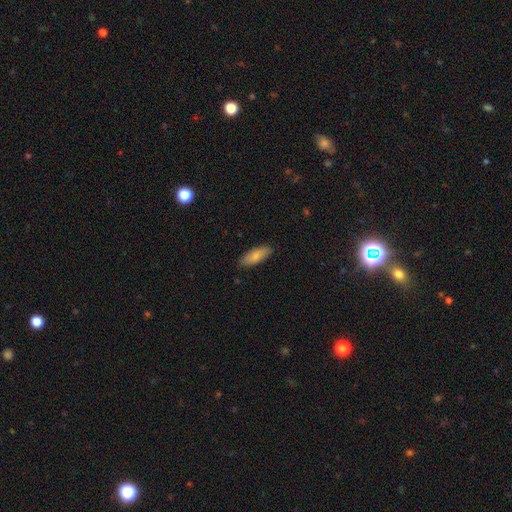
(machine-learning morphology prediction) smooth-or-featured: smooth: 83% | featured or disk: 11% | star or artifact: 6%
  how-rounded: in between: 73% | cigar-shaped: 26% | round: 2%
  merging: none: 86% | minor disturbance: 11% | major disturbance: 2% | merger: 1%